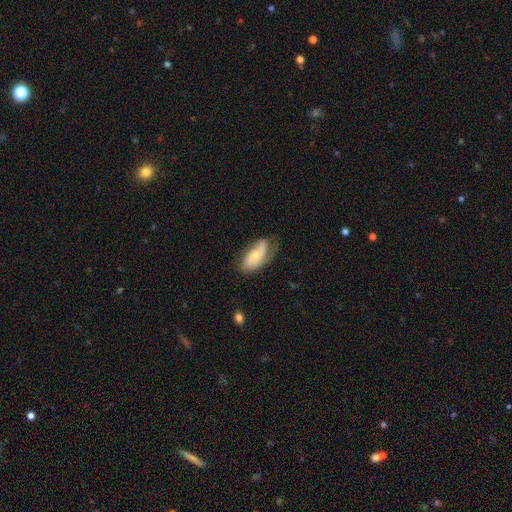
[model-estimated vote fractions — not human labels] Overall: featured or disk (50%; smooth 43%). Edge-on disk: no (92%). Merging: none (53%; minor disturbance 31%).